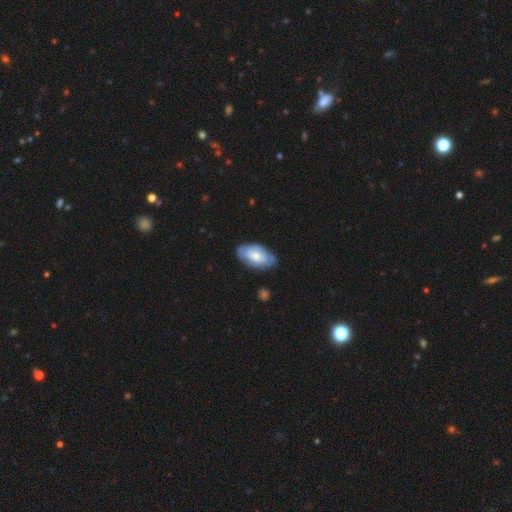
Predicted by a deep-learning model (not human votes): Q: Smooth or featured?
A: smooth (49%); runner-up: featured or disk (45%)
Q: Merging?
A: none (71%); runner-up: minor disturbance (22%)